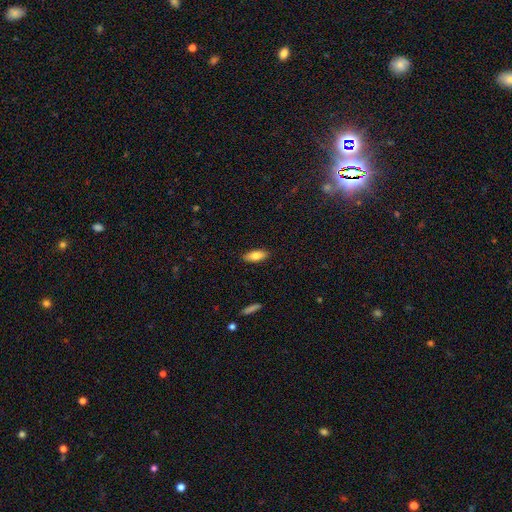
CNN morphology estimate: smooth_or_featured: smooth (p=0.79) [alt: featured or disk p=0.15]
how_rounded: in between (p=0.75) [alt: cigar-shaped p=0.23]
merging: none (p=0.89) [alt: minor disturbance p=0.08]